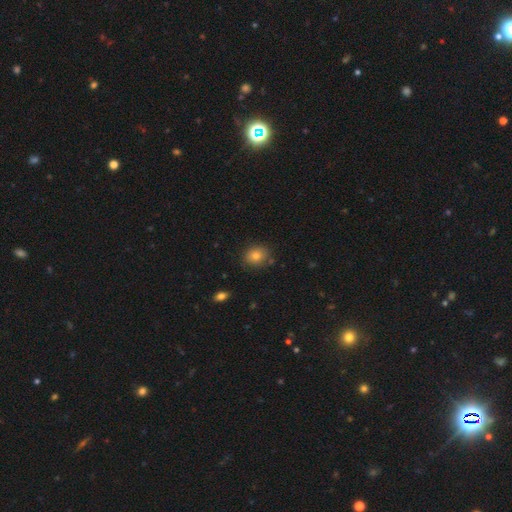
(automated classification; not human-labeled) Smooth or featured? smooth (81%)
How rounded? round (58%)
Merging? none (81%)